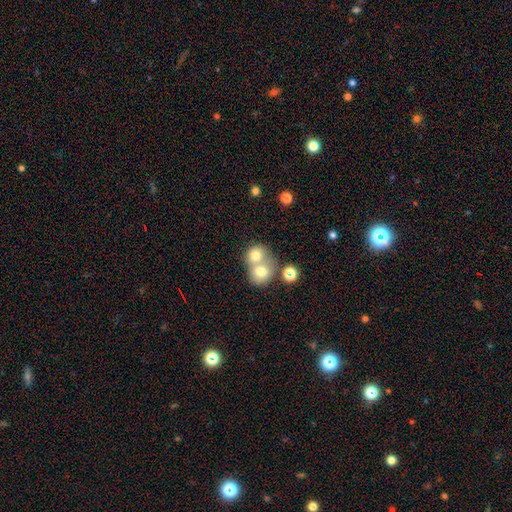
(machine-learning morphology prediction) type=smooth (73%); roundness=round (71%); merging=merger (65%).